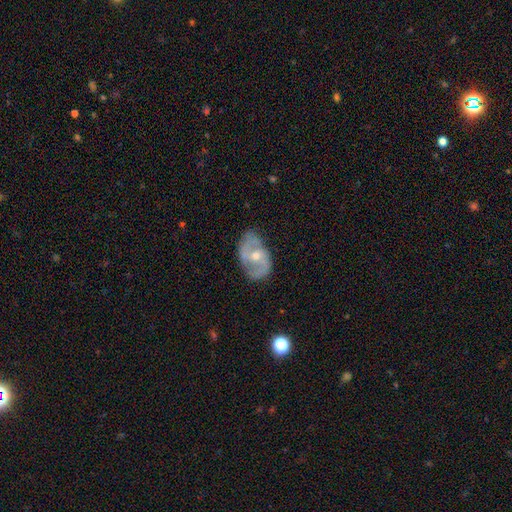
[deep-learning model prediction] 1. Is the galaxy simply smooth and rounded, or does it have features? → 77% featured or disk, 16% smooth, 7% star or artifact.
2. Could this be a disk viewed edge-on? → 95% no, 5% yes.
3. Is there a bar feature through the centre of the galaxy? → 47% no, 39% weak, 14% strong.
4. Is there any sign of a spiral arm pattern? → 85% yes, 15% no.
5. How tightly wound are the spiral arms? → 47% medium, 30% loose, 23% tight.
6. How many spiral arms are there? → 83% 2, 10% can't tell, 3% 1, 2% 3, 1% 4, 1% more than 4.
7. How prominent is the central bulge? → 55% moderate, 42% small, 2% large, 1% none, 1% dominant.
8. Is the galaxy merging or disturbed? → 71% none, 21% minor disturbance, 6% major disturbance, 2% merger.